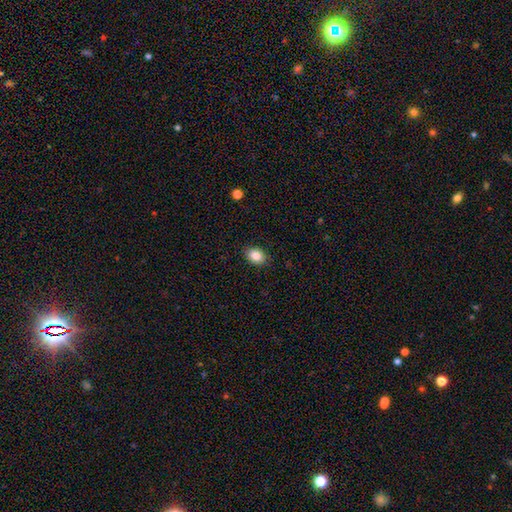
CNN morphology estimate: smooth 86%, star or artifact 9%, featured or disk 5%. Down the decision tree: how rounded — in between (74%); merging — none (88%).